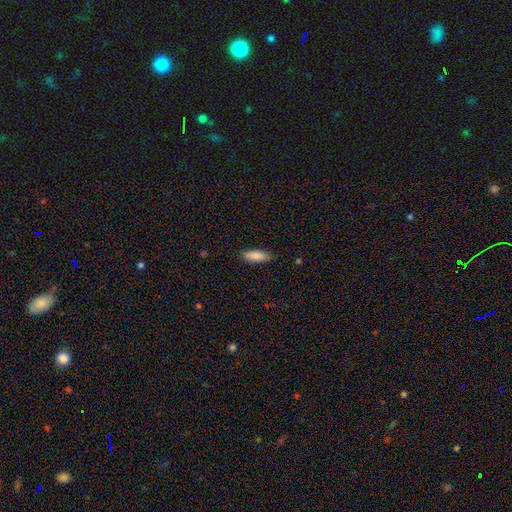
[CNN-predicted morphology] This is clearly a smooth galaxy (88%). How rounded: likely in between (65%). Merging: clearly none (85%).